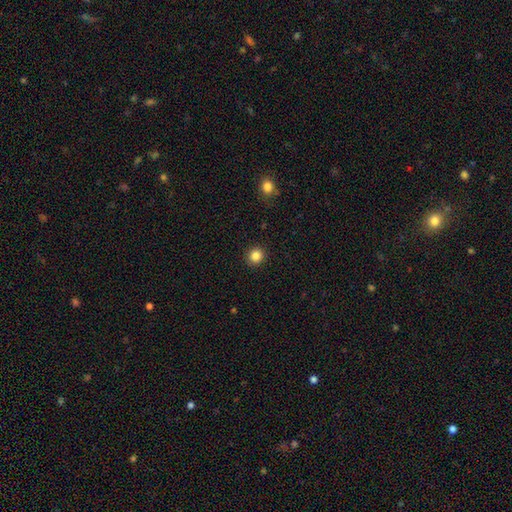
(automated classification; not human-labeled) Smooth or featured?
  - smooth: 85% *
  - star or artifact: 11%
  - featured or disk: 4%
How rounded?
  - round: 88% *
  - in between: 12%
  - cigar-shaped: 1%
Merging?
  - none: 92% *
  - minor disturbance: 5%
  - major disturbance: 2%
  - merger: 1%